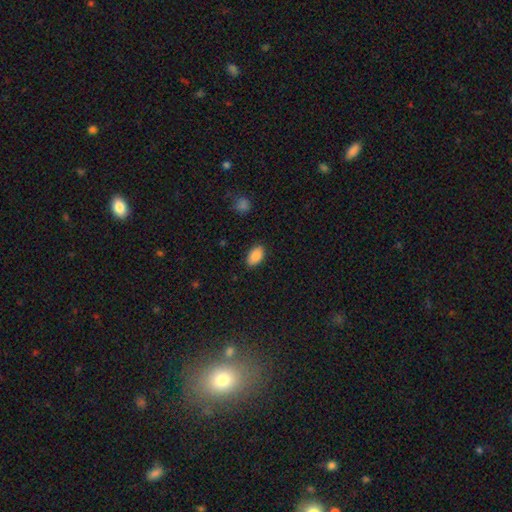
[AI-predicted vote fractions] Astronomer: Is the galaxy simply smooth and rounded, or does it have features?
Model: smooth — 88%.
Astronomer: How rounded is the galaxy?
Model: in between — 92%.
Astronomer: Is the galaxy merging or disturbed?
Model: none — 86%.